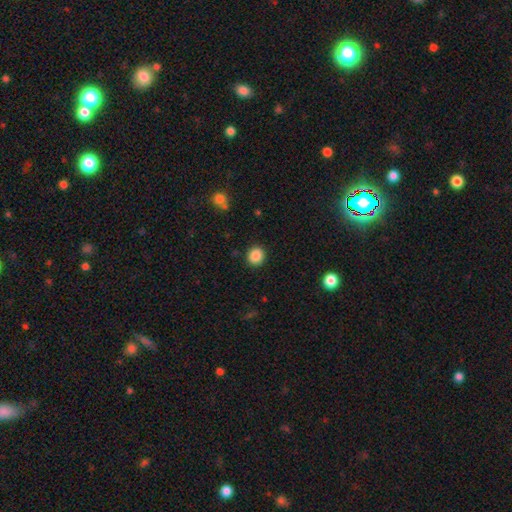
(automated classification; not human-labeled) Morphology: type=smooth (87%); roundness=round (84%); merging=none (90%).